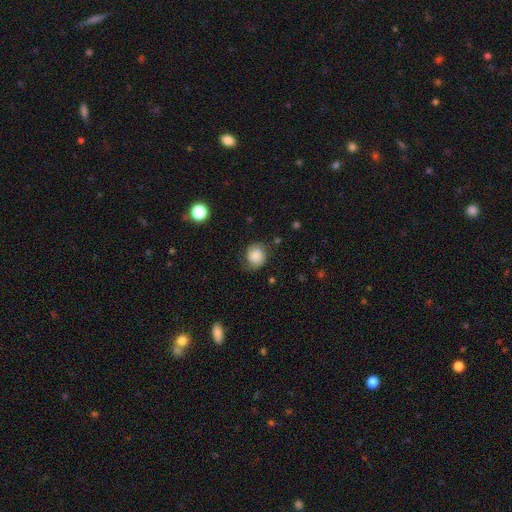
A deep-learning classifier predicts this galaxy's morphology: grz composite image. It shows a smooth galaxy with no disk features (67%) that is round (74%). Merging: none (67%).